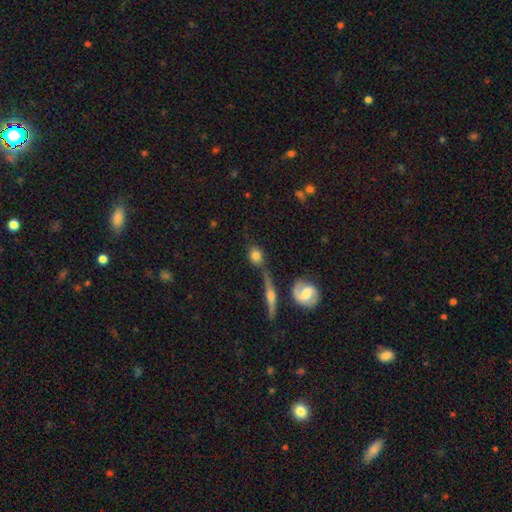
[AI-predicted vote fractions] A smooth galaxy with no disk features (73%) that is round (62%). Merging: none (62%).